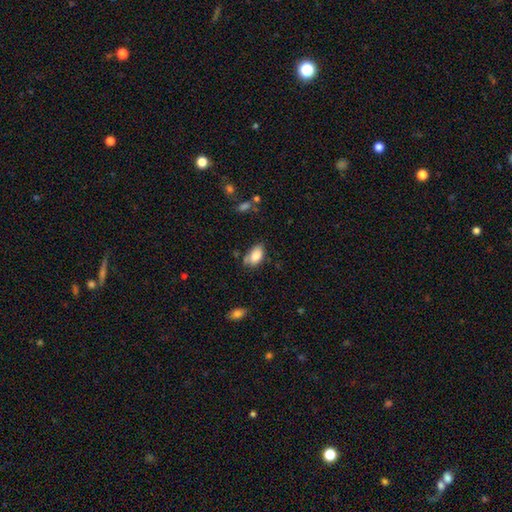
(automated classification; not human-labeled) Morphology: type=smooth (84%); roundness=in between (93%); merging=none (60%).